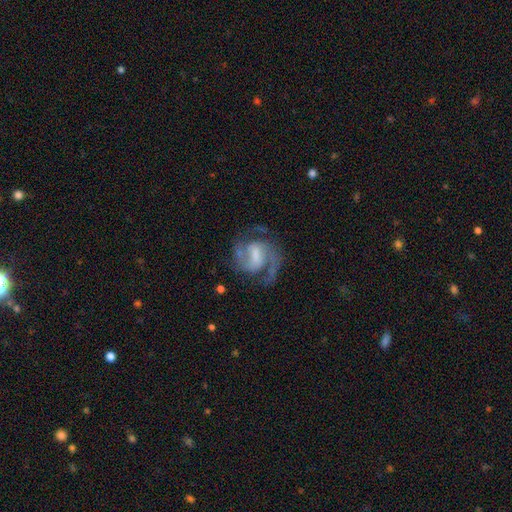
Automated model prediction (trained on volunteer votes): Smooth or featured?
  - featured or disk: 89% *
  - smooth: 6%
  - star or artifact: 5%
Edge-on disk?
  - no: 98% *
  - yes: 2%
Bar?
  - weak: 51% *
  - strong: 31%
  - no: 17%
Spiral arms?
  - yes: 97% *
  - no: 3%
Spiral winding?
  - medium: 61% *
  - tight: 23%
  - loose: 16%
Spiral arm count?
  - 2: 88% *
  - 3: 4%
  - can't tell: 3%
  - 1: 3%
  - 4: 1%
  - more than 4: 1%
Bulge size?
  - small: 33% *
  - moderate: 29%
  - none: 25%
  - large: 11%
  - dominant: 2%
Merging?
  - none: 70% *
  - minor disturbance: 16%
  - major disturbance: 12%
  - merger: 2%